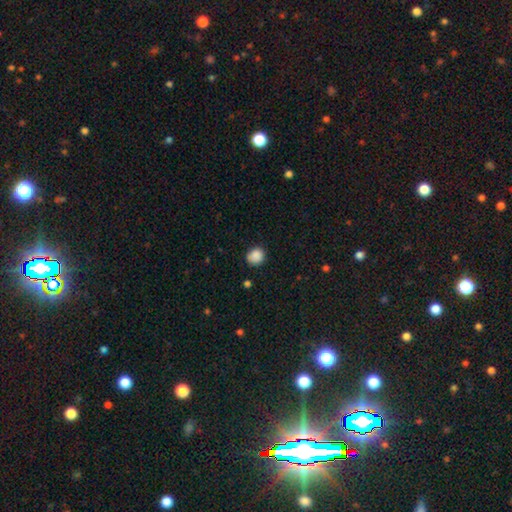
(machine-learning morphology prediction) This is clearly a smooth galaxy (87%). How rounded: clearly round (82%). Merging: likely none (79%).